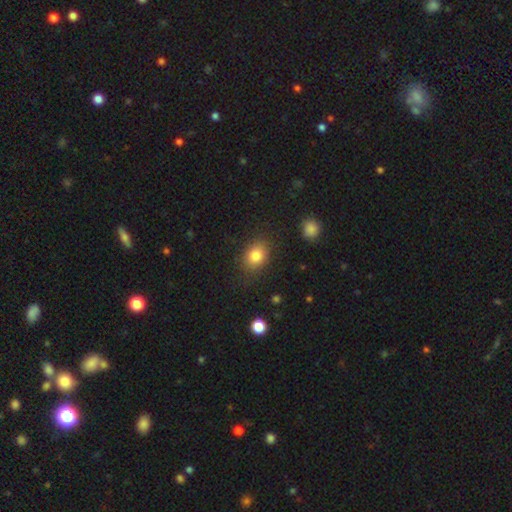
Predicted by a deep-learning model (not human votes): Smooth or featured? Predicted: smooth (p=0.82). How rounded? Predicted: in between (p=0.56). Merging? Predicted: none (p=0.82).